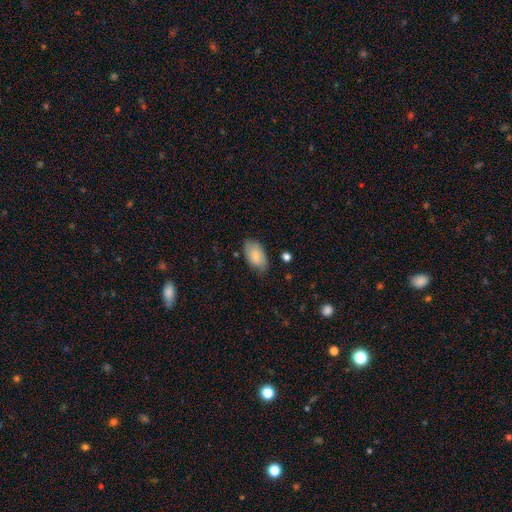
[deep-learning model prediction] A smooth galaxy with no disk features (78%) that is in between round and cigar-shaped (94%).

Vote fractions:
- Smooth or featured? smooth: 78% / featured or disk: 15% / star or artifact: 7%
- How rounded? in between: 94% / round: 5% / cigar-shaped: 2%
- Merging? none: 72% / minor disturbance: 22% / major disturbance: 5% / merger: 2%